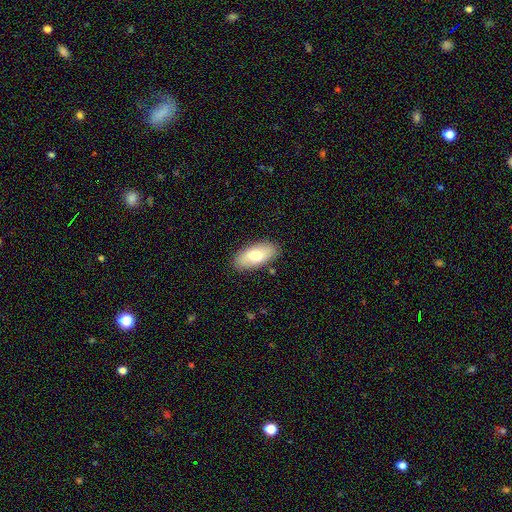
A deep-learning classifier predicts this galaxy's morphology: This appears to be a smooth galaxy with no disk features (73%) that is in between round and cigar-shaped (91%). Merging: none (87%).